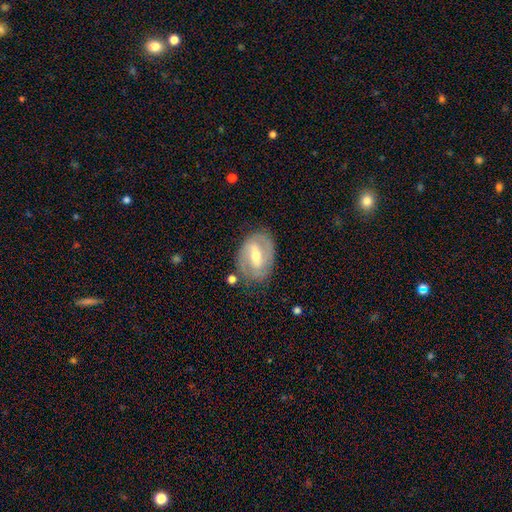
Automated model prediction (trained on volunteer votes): The model was most divided on "spiral winding" (2-way tie): tight: 42%, medium: 42%, loose: 15%. Remaining: edge-on disk — no (95%); spiral arms — yes (80%); spiral arm count — 2 (76%); merging — none (76%); smooth or featured — featured or disk (75%); bulge size — moderate (63%); bar — weak (43%).